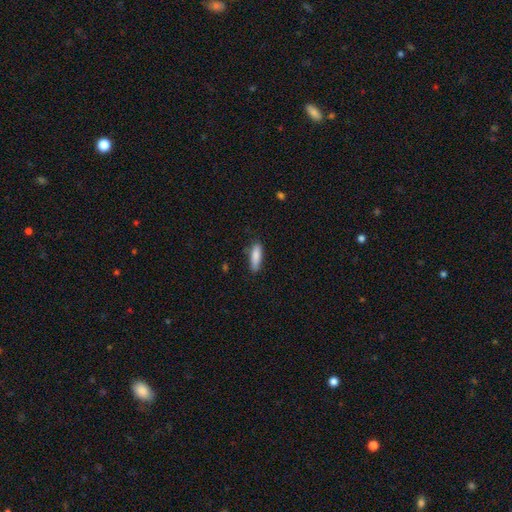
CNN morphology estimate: smooth_or_featured: smooth (p=0.85) [alt: featured or disk p=0.09]
how_rounded: cigar-shaped (p=0.55) [alt: in between p=0.44]
merging: none (p=0.76) [alt: minor disturbance p=0.19]